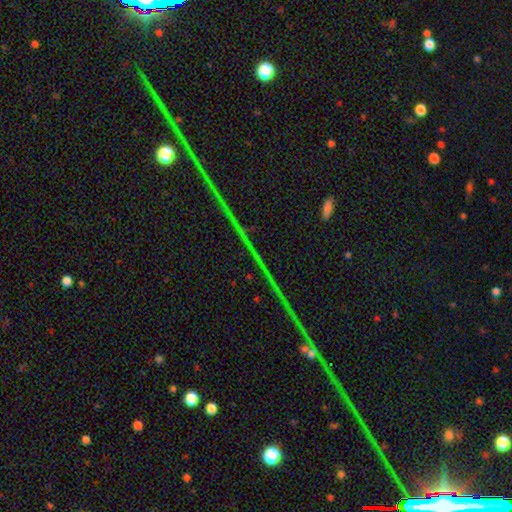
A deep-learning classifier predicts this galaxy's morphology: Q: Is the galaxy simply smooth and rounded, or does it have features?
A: star or artifact — 76%.